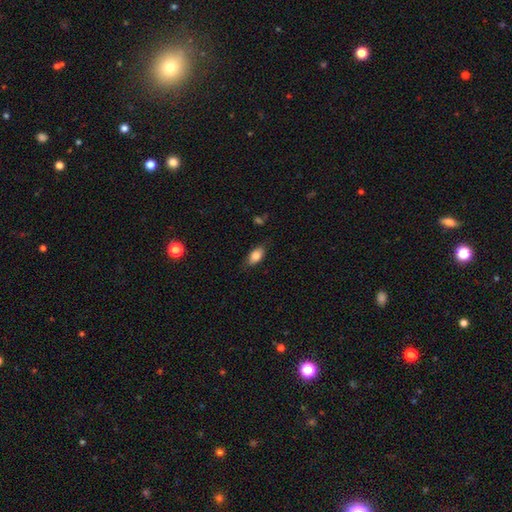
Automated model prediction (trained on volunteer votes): The model was most divided on "merging": none: 79%, minor disturbance: 16%, major disturbance: 4%, merger: 1%. More confident: how rounded — in between (89%); smooth or featured — smooth (82%).